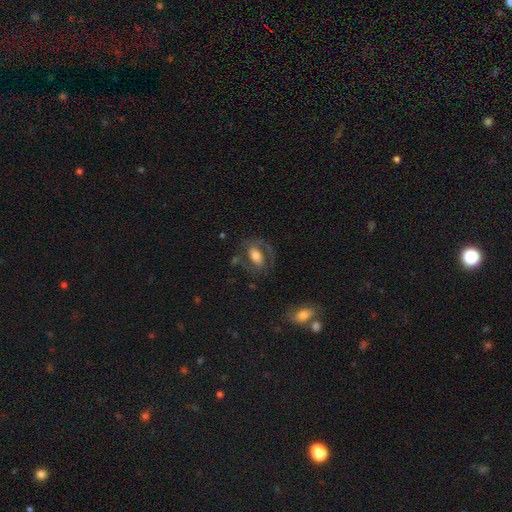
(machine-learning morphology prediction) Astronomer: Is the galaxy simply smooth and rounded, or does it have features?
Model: featured or disk — 55% (runner-up: smooth, 37%).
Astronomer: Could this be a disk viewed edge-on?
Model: no — 93%.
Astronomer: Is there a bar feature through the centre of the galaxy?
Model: no — 39% (runner-up: weak, 31%).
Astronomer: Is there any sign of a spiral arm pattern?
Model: yes — 62% (runner-up: no, 38%).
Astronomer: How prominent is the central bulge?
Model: moderate — 50% (runner-up: large, 29%).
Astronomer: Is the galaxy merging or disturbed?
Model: none — 61%.